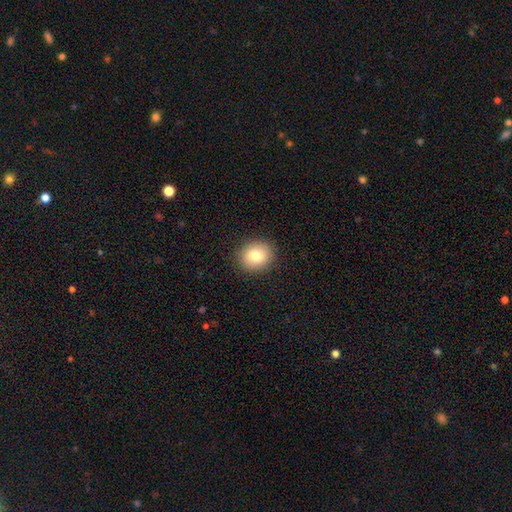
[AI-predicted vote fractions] The model was most divided on "how rounded": round: 74%, in between: 25%, cigar-shaped: 1%. More confident: merging — none (89%); smooth or featured — smooth (81%).